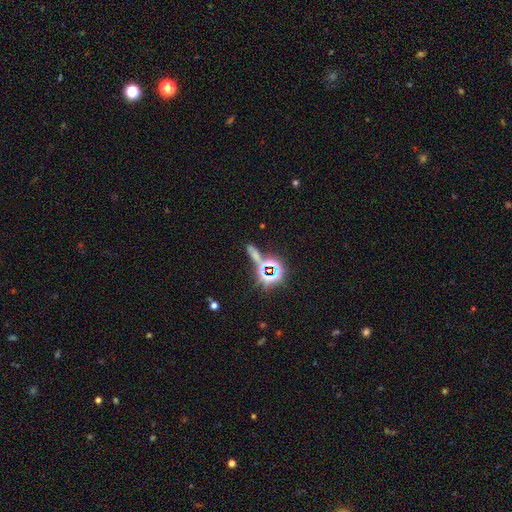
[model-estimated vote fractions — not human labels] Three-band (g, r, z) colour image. It shows a star or artifact, not a galaxy (54%).